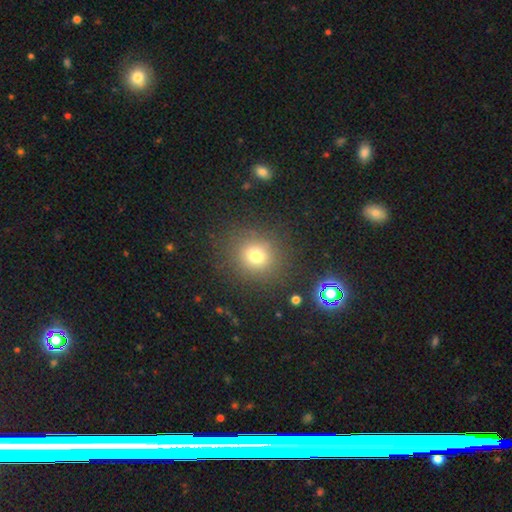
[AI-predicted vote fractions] A smooth galaxy with no disk features (72%) that is round (86%).

Vote fractions:
- Smooth or featured? smooth: 72% / star or artifact: 18% / featured or disk: 9%
- How rounded? round: 86% / in between: 13% / cigar-shaped: 1%
- Merging? none: 85% / minor disturbance: 8% / major disturbance: 4% / merger: 2%